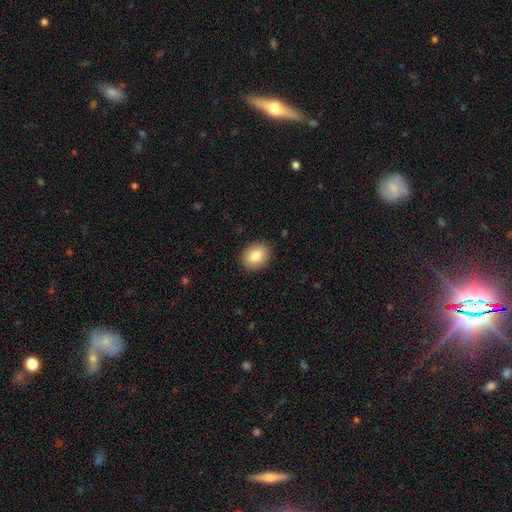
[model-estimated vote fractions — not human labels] smooth_or_featured: smooth (p=0.83) [alt: featured or disk p=0.09]
how_rounded: in between (p=0.62) [alt: round p=0.37]
merging: none (p=0.89) [alt: minor disturbance p=0.08]